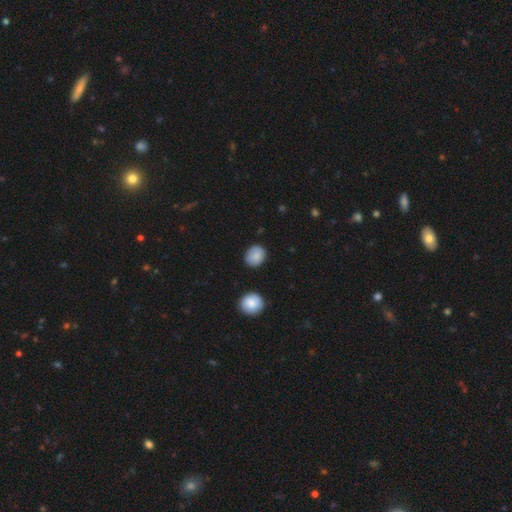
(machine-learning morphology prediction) smooth_or_featured: smooth (p=0.84) [alt: featured or disk p=0.08]
how_rounded: round (p=0.62) [alt: in between p=0.37]
merging: none (p=0.80) [alt: minor disturbance p=0.15]